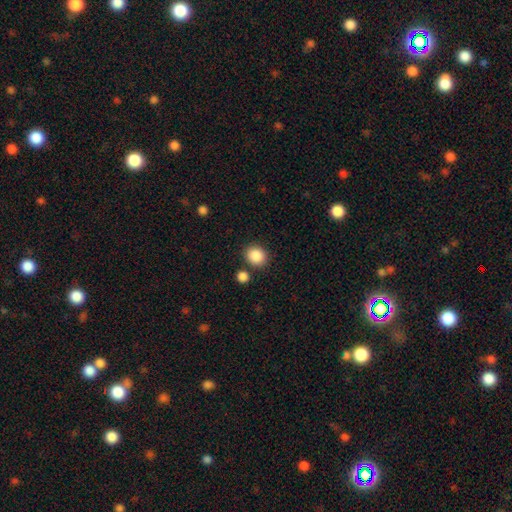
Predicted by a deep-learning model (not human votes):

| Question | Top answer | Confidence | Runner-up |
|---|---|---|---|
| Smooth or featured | smooth | 88% | star or artifact (9%) |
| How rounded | round | 76% | in between (23%) |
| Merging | none | 82% | minor disturbance (8%) |